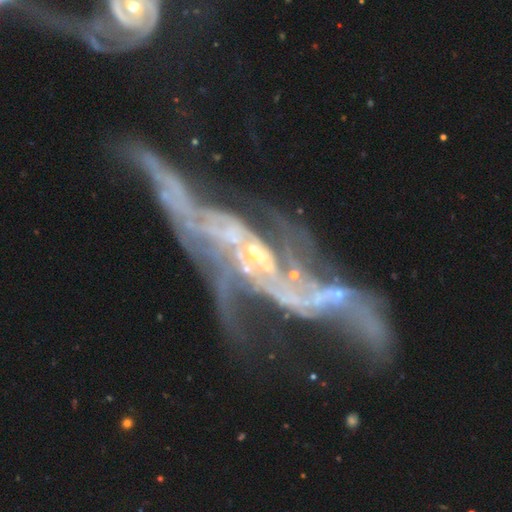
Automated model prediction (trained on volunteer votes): A featured or disk galaxy (75%) with no bar (55%), spiral arms (69%) and a small central bulge (59%).

Vote fractions:
- Smooth or featured? featured or disk: 75% / star or artifact: 16% / smooth: 9%
- Edge-on disk? no: 70% / yes: 30%
- Bar? no: 55% / weak: 26% / strong: 18%
- Spiral arms? yes: 69% / no: 31%
- Bulge size? small: 59% / moderate: 24% / none: 12% / large: 3% / dominant: 2%
- Merging? merger: 41% / major disturbance: 32% / none: 17% / minor disturbance: 11%